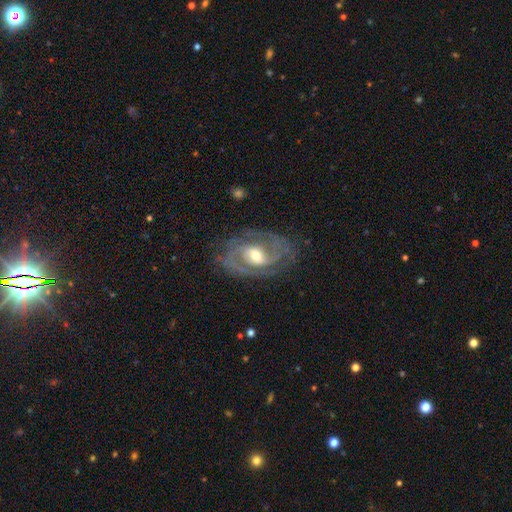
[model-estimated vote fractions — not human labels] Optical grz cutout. It shows a featured or disk galaxy (90%) with a weak bar (49%), 2 (62%) tight (47%) spiral arms (97%) and a moderate central bulge (66%). Merging: none (77%).